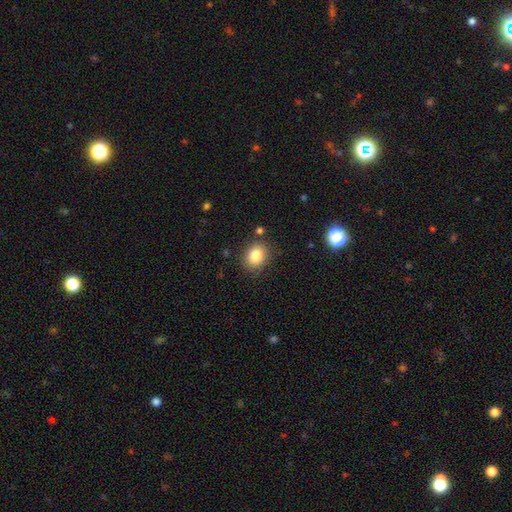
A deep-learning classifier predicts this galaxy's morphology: Smooth or featured: smooth — 83% (star or artifact — 10%)
How rounded: round — 57% (in between — 42%)
Merging: none — 83% (minor disturbance — 11%)